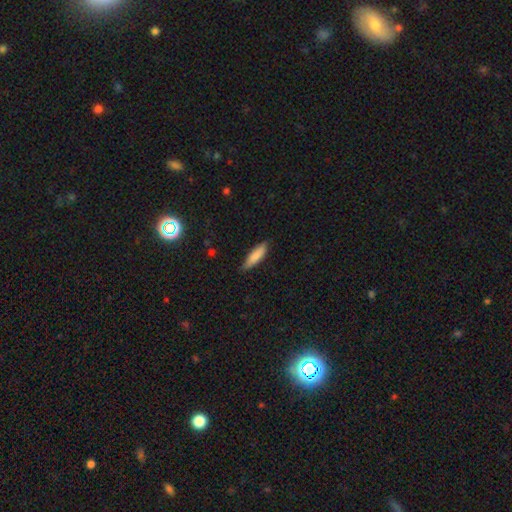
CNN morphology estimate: smooth 83%, featured or disk 11%, star or artifact 6%. Down the decision tree: how rounded — cigar-shaped (65%); merging — none (81%).